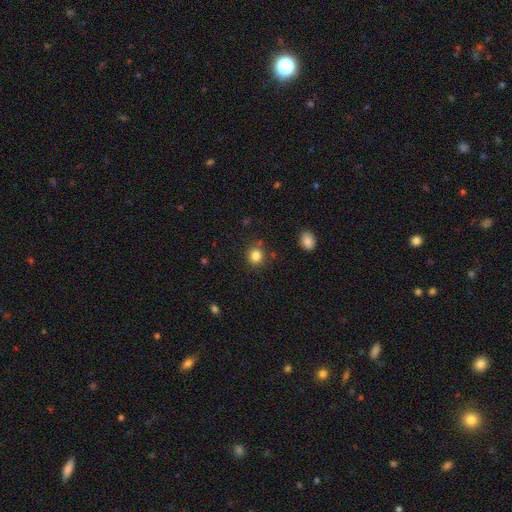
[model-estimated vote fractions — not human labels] smooth 84%, star or artifact 11%, featured or disk 5%. Down the decision tree: how rounded — round (85%); merging — none (83%).